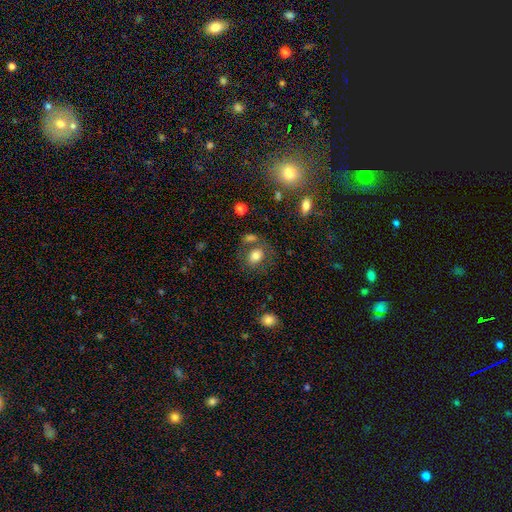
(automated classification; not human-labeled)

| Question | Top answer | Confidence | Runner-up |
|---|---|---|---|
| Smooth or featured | smooth | 77% | featured or disk (13%) |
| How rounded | in between | 56% | round (43%) |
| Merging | none | 62% | merger (16%) |